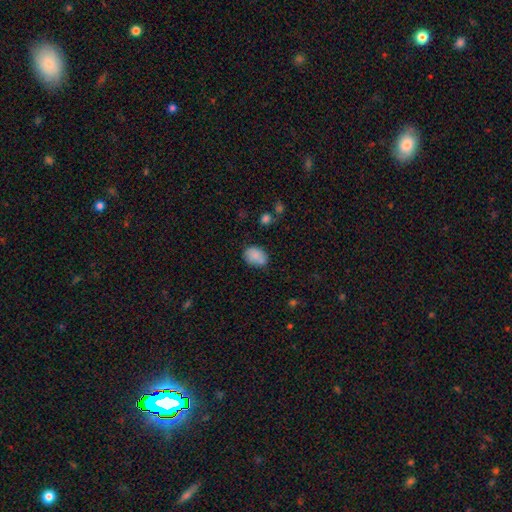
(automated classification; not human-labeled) Smooth or featured?
  - smooth: 83% *
  - featured or disk: 9%
  - star or artifact: 8%
How rounded?
  - in between: 73% *
  - round: 26%
  - cigar-shaped: 1%
Merging?
  - none: 64% *
  - minor disturbance: 23%
  - merger: 8%
  - major disturbance: 5%